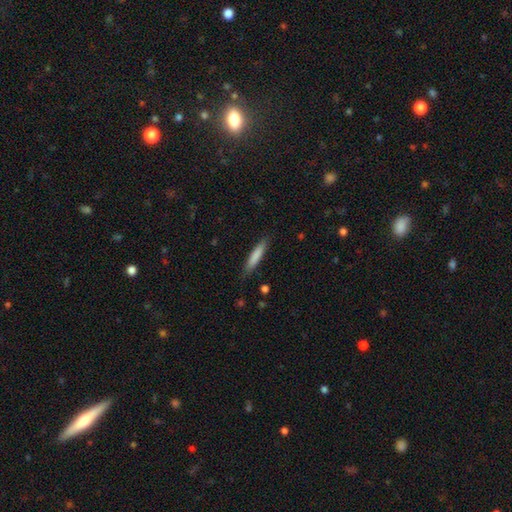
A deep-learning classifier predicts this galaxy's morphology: Q: Smooth or featured?
A: smooth (79%); runner-up: featured or disk (15%)
Q: How rounded?
A: cigar-shaped (89%); runner-up: in between (9%)
Q: Merging?
A: none (85%); runner-up: minor disturbance (12%)